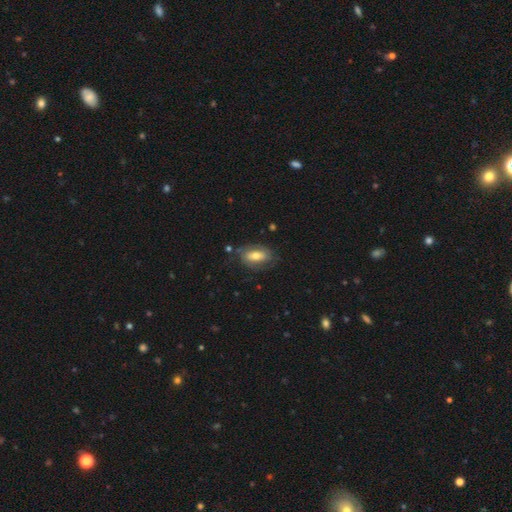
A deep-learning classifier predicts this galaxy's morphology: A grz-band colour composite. It shows a smooth galaxy with no disk features (55%) that is in between round and cigar-shaped (87%). Merging: none (67%).